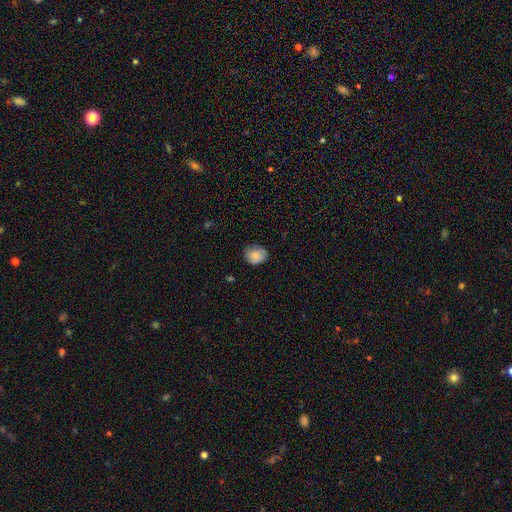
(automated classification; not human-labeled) smooth-or-featured: smooth: 82% | featured or disk: 11% | star or artifact: 8%
  how-rounded: round: 61% | in between: 38% | cigar-shaped: 1%
  merging: none: 73% | minor disturbance: 22% | major disturbance: 4% | merger: 1%